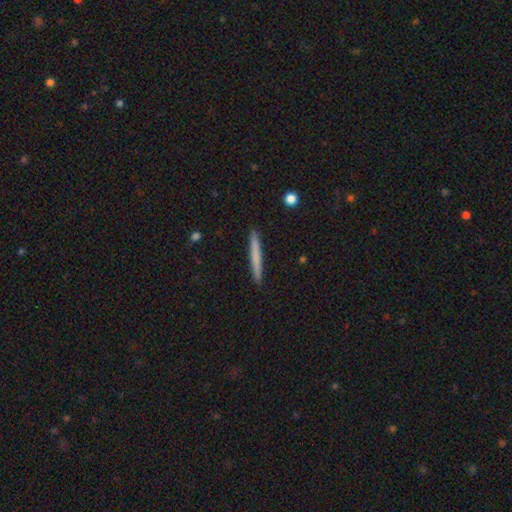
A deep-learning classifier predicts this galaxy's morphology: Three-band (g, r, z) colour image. It shows a smooth galaxy with no disk features (68%) that is cigar-shaped (97%). Merging: none (92%).